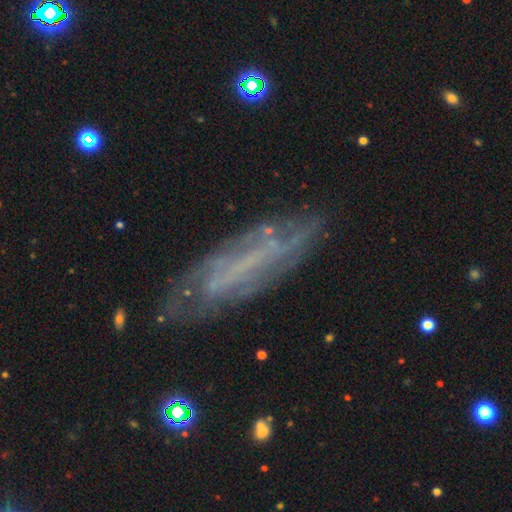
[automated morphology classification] A featured or disk galaxy (69%).

Vote fractions:
- Smooth or featured? featured or disk: 69% / smooth: 22% / star or artifact: 10%
- Edge-on disk? no: 68% / yes: 32%
- Merging? none: 68% / minor disturbance: 20% / major disturbance: 9% / merger: 2%